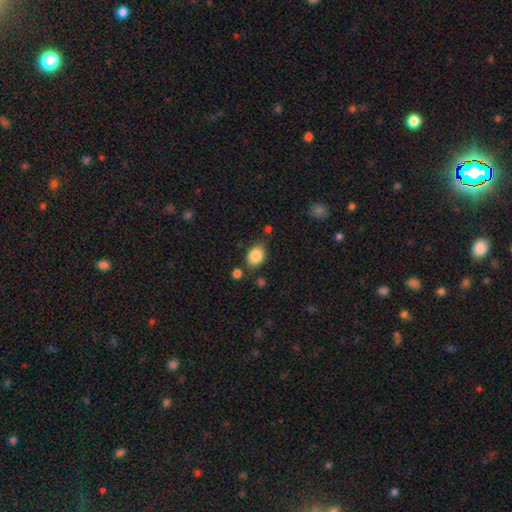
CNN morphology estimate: Smooth or featured? smooth (87%)
How rounded? in between (68%)
Merging? none (71%)